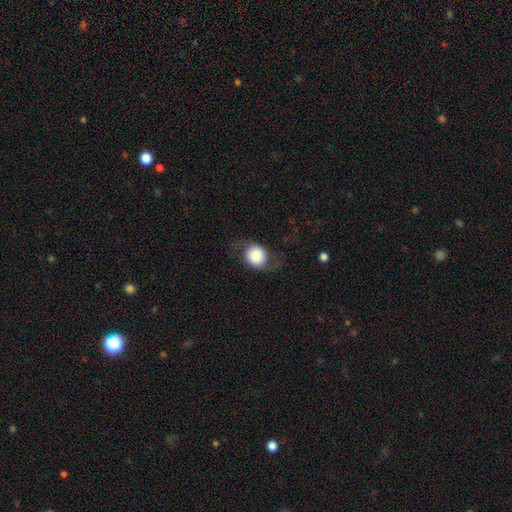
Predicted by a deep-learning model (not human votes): Morphology: type=smooth (63%); roundness=round (71%); merging=none (63%).